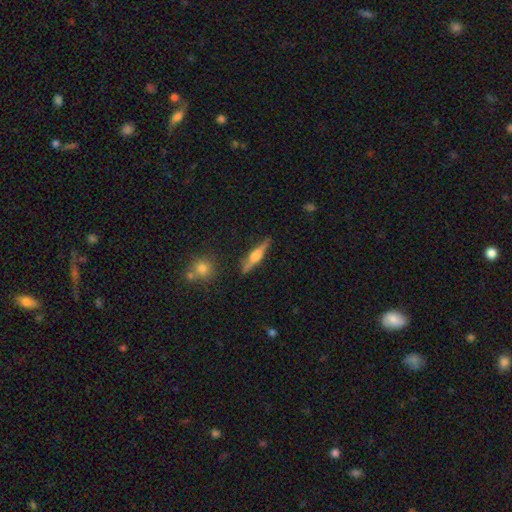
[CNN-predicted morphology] featured or disk 60%, smooth 34%, star or artifact 6%. Down the decision tree: edge-on disk — yes (96%); edge-on bulge — rounded (74%); merging — none (85%).